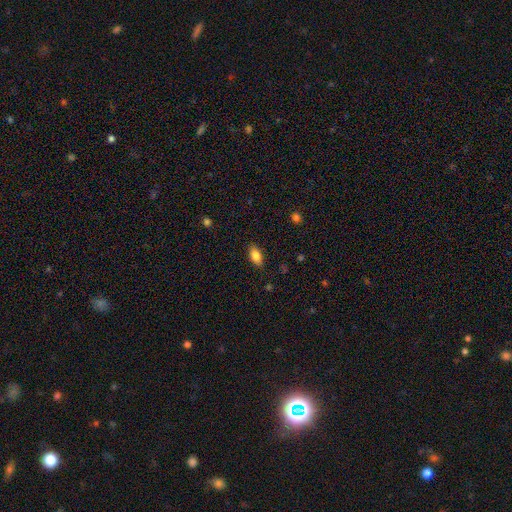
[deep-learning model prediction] This is clearly a smooth galaxy (84%). How rounded: clearly in between (89%). Merging: clearly none (86%).